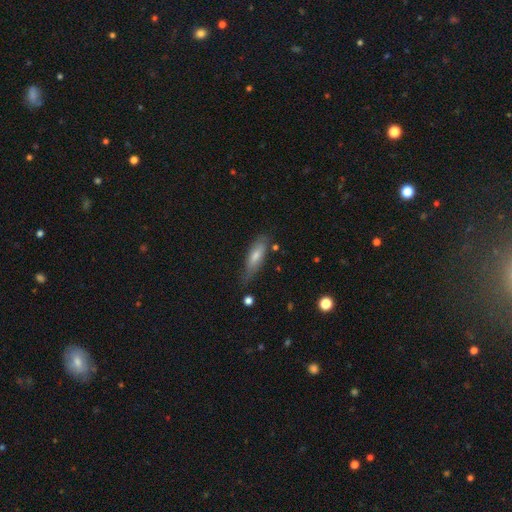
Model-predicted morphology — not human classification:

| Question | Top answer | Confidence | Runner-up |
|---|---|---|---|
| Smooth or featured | smooth | 58% | featured or disk (34%) |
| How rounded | cigar-shaped | 55% | in between (42%) |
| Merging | none | 67% | minor disturbance (25%) |